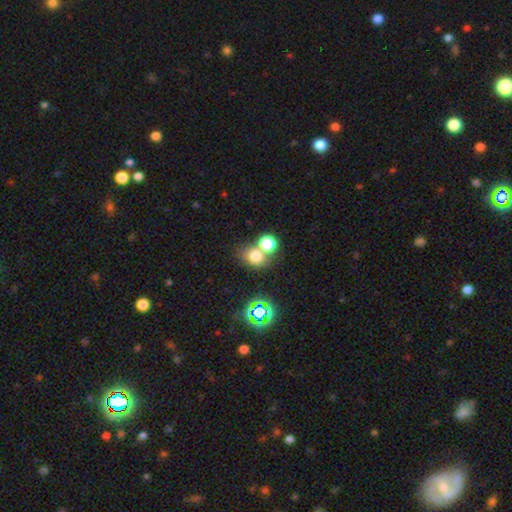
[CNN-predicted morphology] Smooth or featured? Predicted: smooth (p=0.71). How rounded? Predicted: round (p=0.66). Merging? Predicted: none (p=0.51).